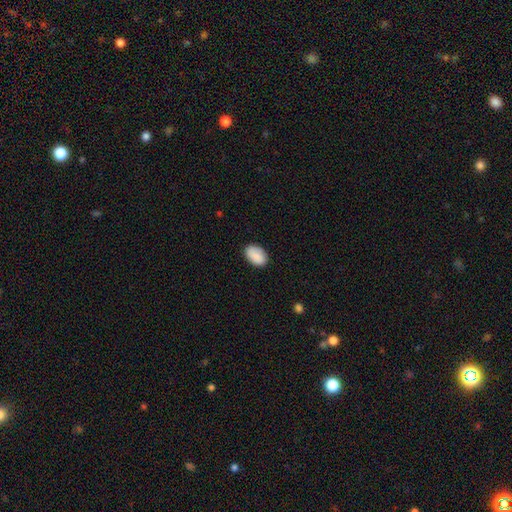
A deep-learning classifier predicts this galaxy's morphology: Smooth or featured? smooth (89%)
How rounded? in between (90%)
Merging? none (83%)